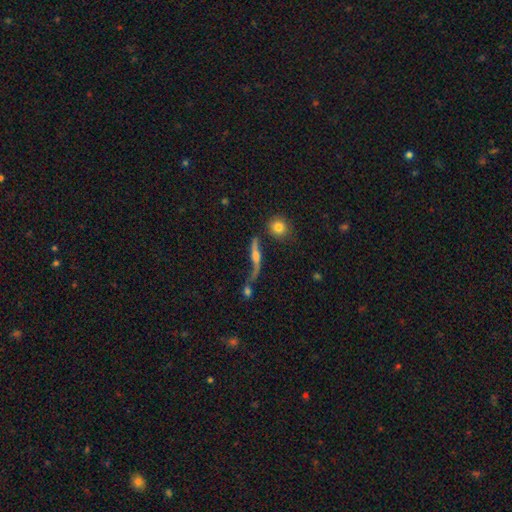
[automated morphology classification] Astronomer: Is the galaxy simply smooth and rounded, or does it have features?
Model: featured or disk — 71%.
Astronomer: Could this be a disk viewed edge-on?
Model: no — 53% (runner-up: yes, 47%).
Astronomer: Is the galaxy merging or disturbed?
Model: none — 41% (runner-up: major disturbance, 22%).